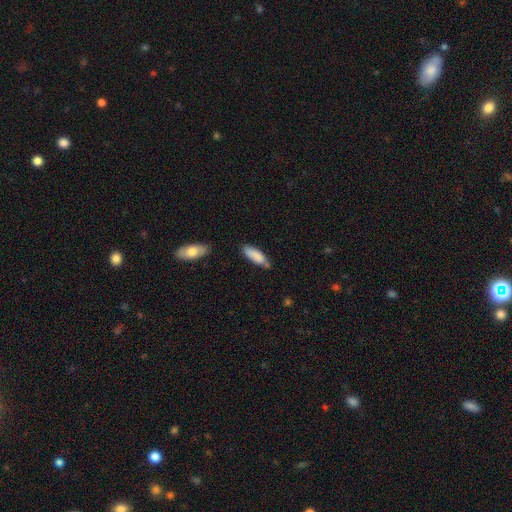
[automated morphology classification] smooth-or-featured: smooth: 86% | featured or disk: 8% | star or artifact: 6%
  how-rounded: in between: 57% | cigar-shaped: 42% | round: 2%
  merging: none: 64% | minor disturbance: 26% | merger: 6% | major disturbance: 5%